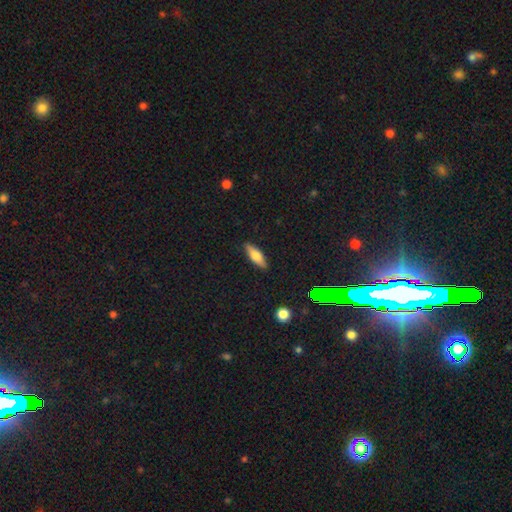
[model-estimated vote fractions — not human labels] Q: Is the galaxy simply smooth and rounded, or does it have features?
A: smooth — 67%.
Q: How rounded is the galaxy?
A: in between — 51%.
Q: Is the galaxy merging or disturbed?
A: none — 89%.